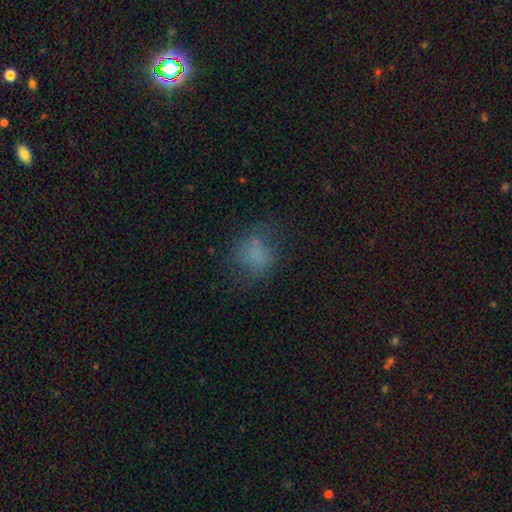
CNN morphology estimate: A smooth galaxy with no disk features (68%) that is round (65%). Merging: none (60%).